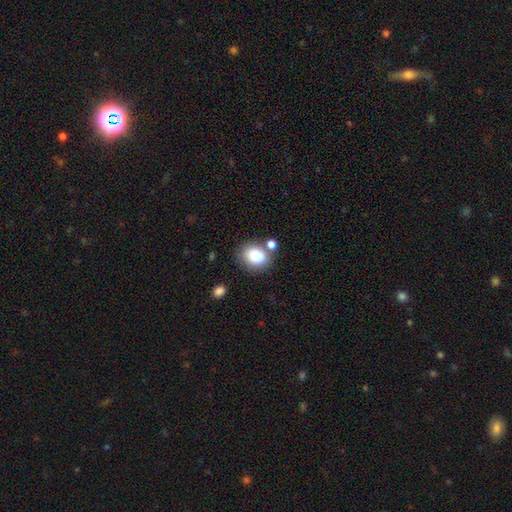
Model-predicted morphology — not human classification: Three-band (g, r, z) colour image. It shows a smooth galaxy with no disk features (83%) that is round (52%). Merging: none (68%).